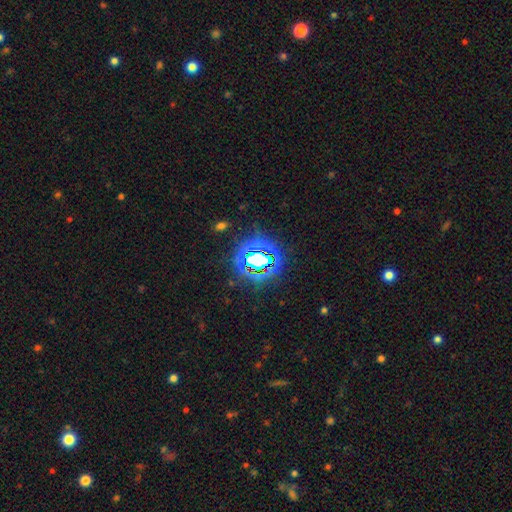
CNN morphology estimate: smooth-or-featured: star or artifact: 79% | smooth: 13% | featured or disk: 8%